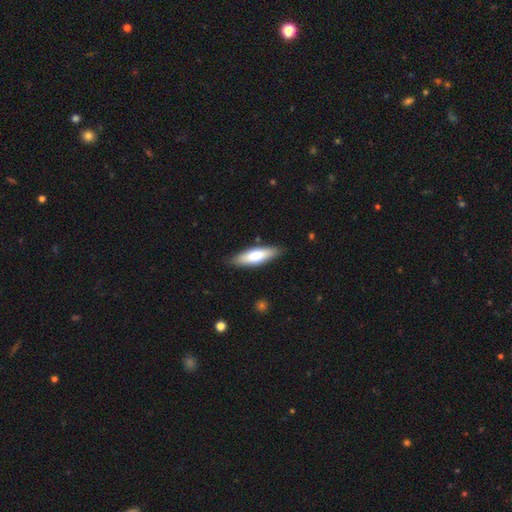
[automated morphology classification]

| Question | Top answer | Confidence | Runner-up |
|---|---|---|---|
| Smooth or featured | smooth | 65% | featured or disk (29%) |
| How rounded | cigar-shaped | 54% | in between (45%) |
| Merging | none | 86% | minor disturbance (10%) |